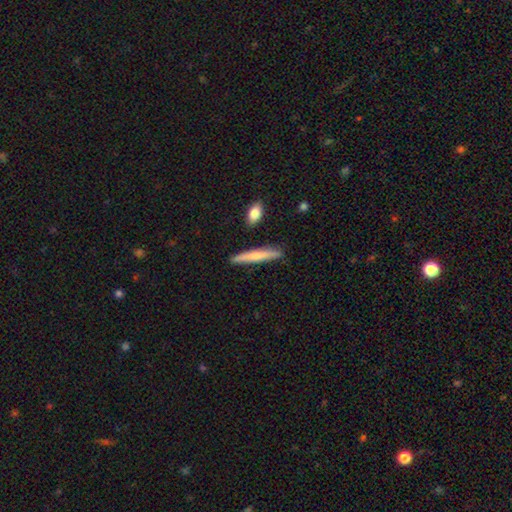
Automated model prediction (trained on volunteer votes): Smooth or featured?
  - smooth: 70% *
  - featured or disk: 25%
  - star or artifact: 5%
How rounded?
  - cigar-shaped: 94% *
  - in between: 5%
  - round: 2%
Merging?
  - none: 87% *
  - minor disturbance: 9%
  - merger: 2%
  - major disturbance: 2%